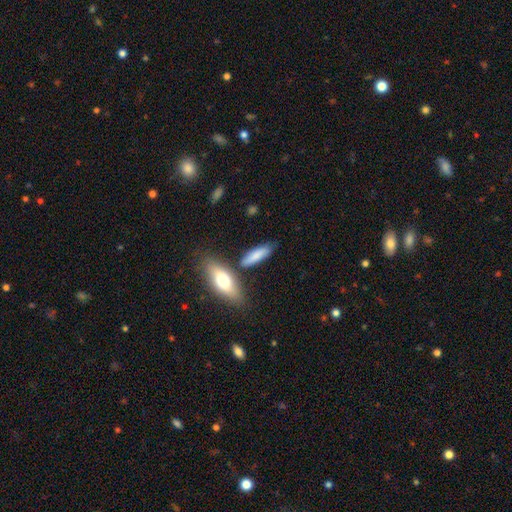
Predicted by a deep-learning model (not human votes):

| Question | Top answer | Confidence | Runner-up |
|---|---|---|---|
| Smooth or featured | smooth | 80% | featured or disk (13%) |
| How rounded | cigar-shaped | 58% | in between (39%) |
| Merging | none | 71% | minor disturbance (15%) |